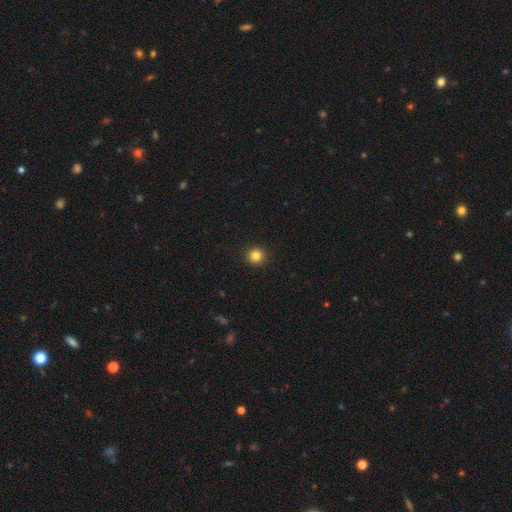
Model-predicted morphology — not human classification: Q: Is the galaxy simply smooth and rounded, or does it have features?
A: smooth — 84%.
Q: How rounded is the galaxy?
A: round — 93%.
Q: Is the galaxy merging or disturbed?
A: none — 93%.